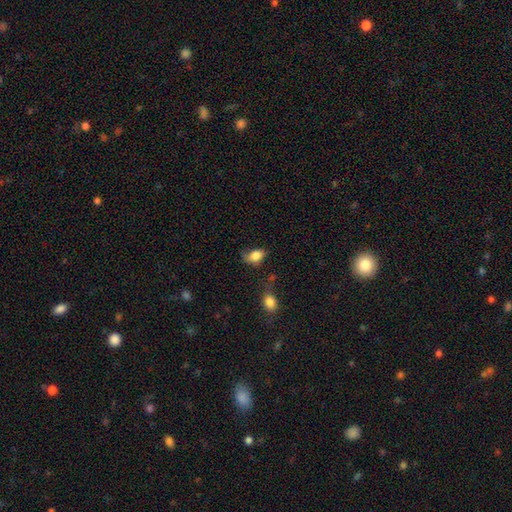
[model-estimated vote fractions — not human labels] A smooth galaxy with no disk features (81%) that is in between round and cigar-shaped (84%).

Vote fractions:
- Smooth or featured? smooth: 81% / featured or disk: 11% / star or artifact: 8%
- How rounded? in between: 84% / round: 14% / cigar-shaped: 2%
- Merging? none: 51% / minor disturbance: 31% / major disturbance: 11% / merger: 7%